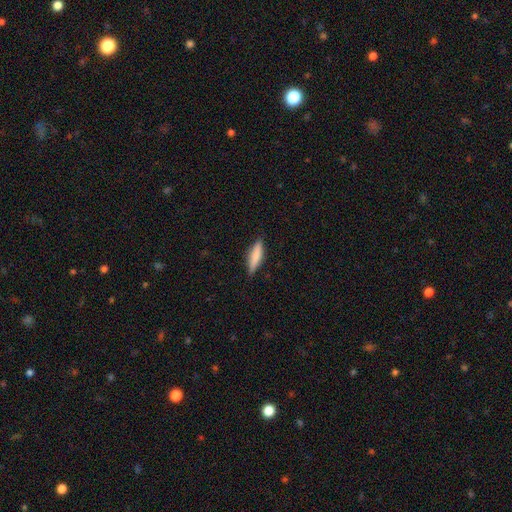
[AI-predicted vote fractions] Smooth or featured?
  - smooth: 71% *
  - featured or disk: 23%
  - star or artifact: 6%
How rounded?
  - cigar-shaped: 74% *
  - in between: 25%
  - round: 2%
Merging?
  - none: 86% *
  - minor disturbance: 11%
  - major disturbance: 2%
  - merger: 1%